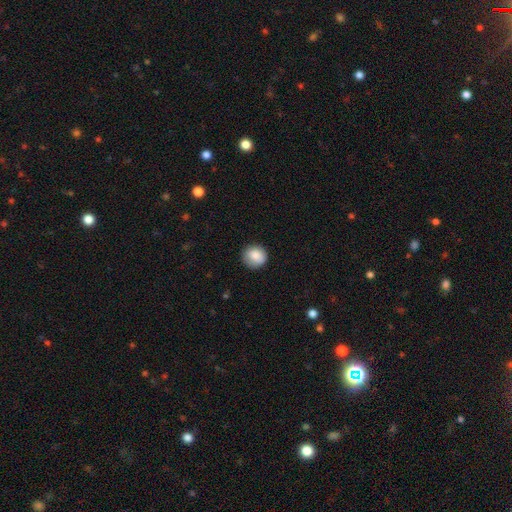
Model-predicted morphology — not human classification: A smooth galaxy with no disk features (86%) that is round (89%).

Vote fractions:
- Smooth or featured? smooth: 86% / star or artifact: 8% / featured or disk: 6%
- How rounded? round: 89% / in between: 10% / cigar-shaped: 1%
- Merging? none: 83% / minor disturbance: 13% / major disturbance: 3% / merger: 1%